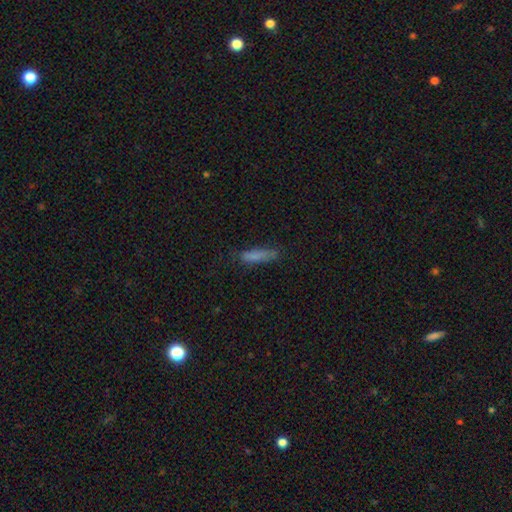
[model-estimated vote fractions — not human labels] A smooth galaxy with no disk features (78%) that is cigar-shaped (74%). Merging: none (66%).